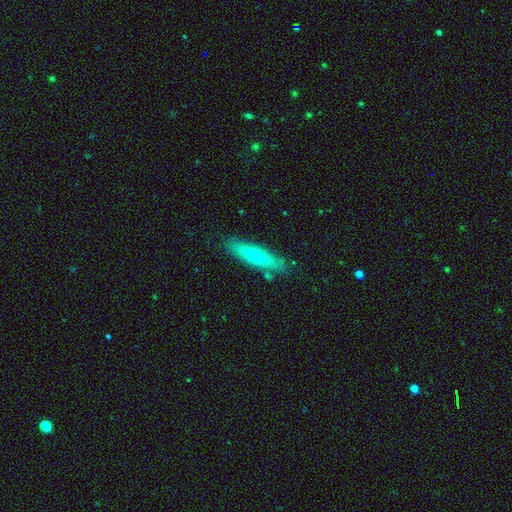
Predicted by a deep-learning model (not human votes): Smooth or featured? Predicted: smooth (p=0.58). How rounded? Predicted: cigar-shaped (p=0.80). Merging? Predicted: none (p=0.83).